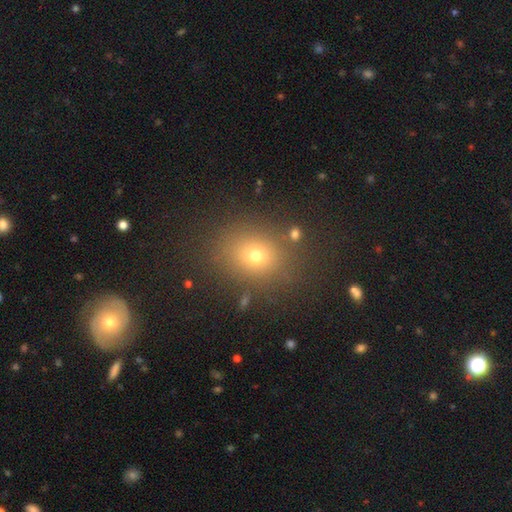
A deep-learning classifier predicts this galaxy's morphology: smooth-or-featured: smooth: 66% | star or artifact: 23% | featured or disk: 11%
  how-rounded: round: 60% | in between: 39% | cigar-shaped: 1%
  merging: none: 83% | minor disturbance: 9% | major disturbance: 4% | merger: 4%